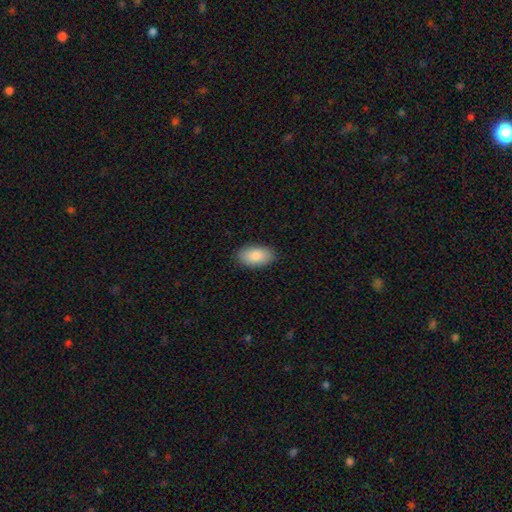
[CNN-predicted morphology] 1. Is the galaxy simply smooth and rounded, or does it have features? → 88% smooth, 6% featured or disk, 6% star or artifact.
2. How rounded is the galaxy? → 95% in between, 3% round, 2% cigar-shaped.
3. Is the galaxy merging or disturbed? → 88% none, 9% minor disturbance, 2% major disturbance, 1% merger.